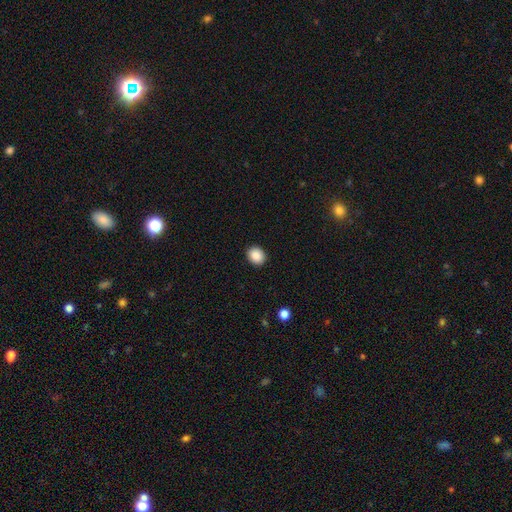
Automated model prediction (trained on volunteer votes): Smooth or featured?
  - smooth: 89% *
  - star or artifact: 8%
  - featured or disk: 3%
How rounded?
  - round: 65% *
  - in between: 34%
  - cigar-shaped: 1%
Merging?
  - none: 92% *
  - minor disturbance: 6%
  - major disturbance: 2%
  - merger: 1%